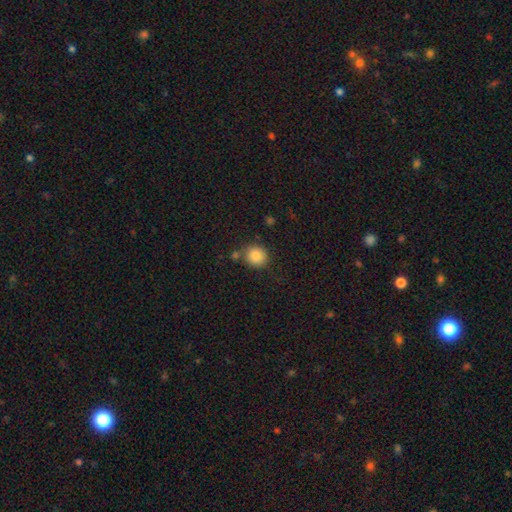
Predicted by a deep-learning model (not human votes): Morphology: type=smooth (85%); roundness=round (89%); merging=none (76%).